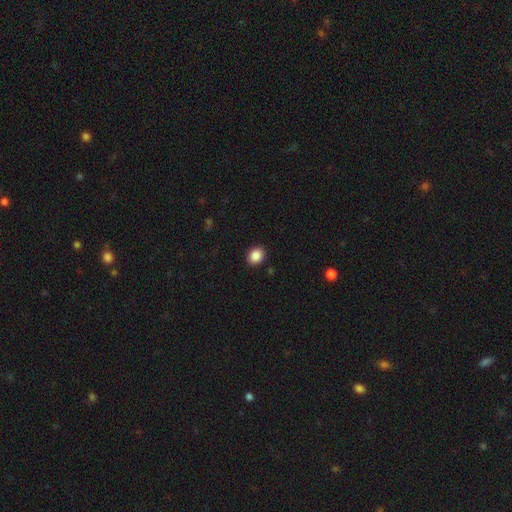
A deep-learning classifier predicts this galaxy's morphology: The model was most divided on "how rounded": round: 59%, in between: 40%, cigar-shaped: 1%. More confident: merging — none (91%); smooth or featured — smooth (88%).